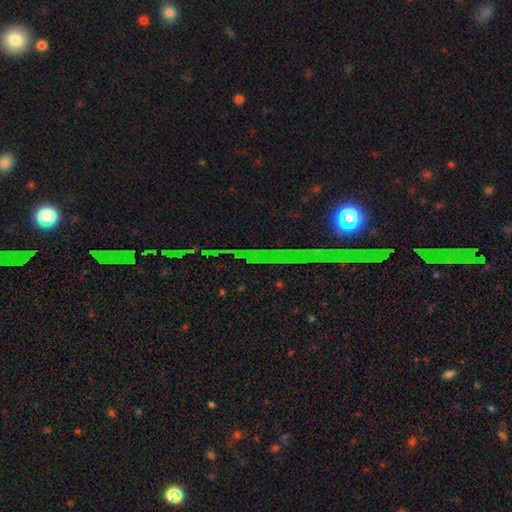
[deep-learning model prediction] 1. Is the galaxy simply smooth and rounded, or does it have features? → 77% star or artifact, 12% featured or disk, 11% smooth.